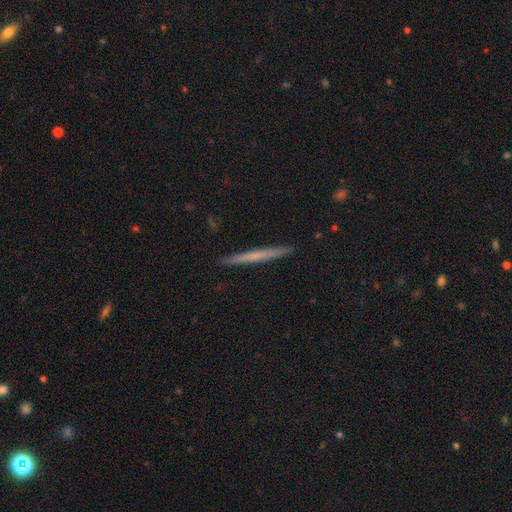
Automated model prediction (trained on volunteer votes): Overall: smooth (47%; featured or disk 46%). Merging: none (93%).